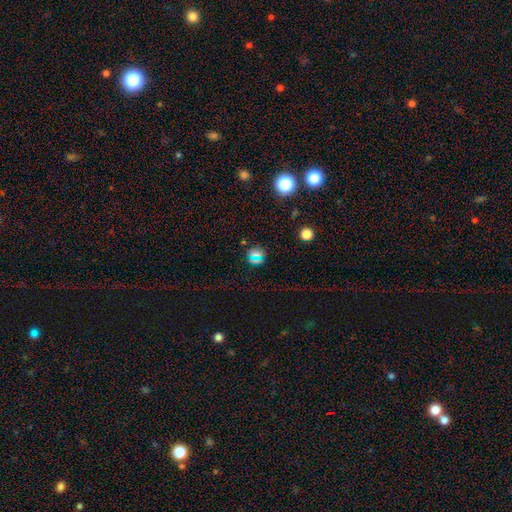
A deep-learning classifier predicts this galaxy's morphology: This is possibly a star or artifact rather than a galaxy (47%).